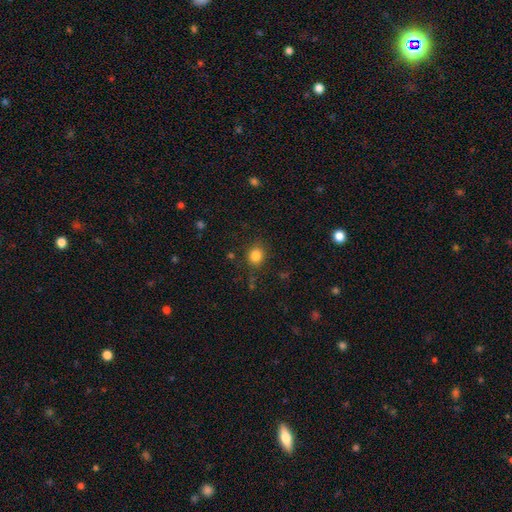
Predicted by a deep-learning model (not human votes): This appears to be a smooth galaxy with no disk features (84%) that is round (77%). Merging: none (83%).